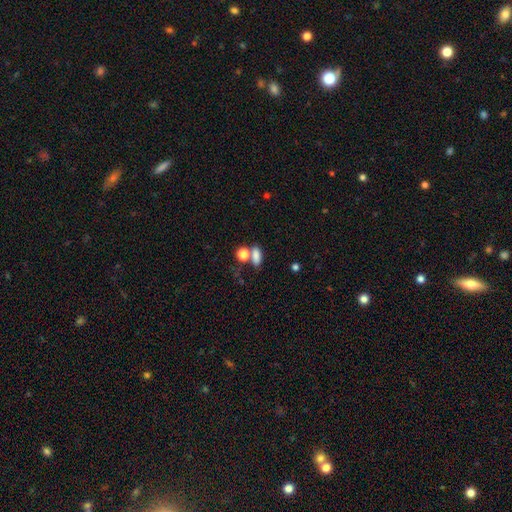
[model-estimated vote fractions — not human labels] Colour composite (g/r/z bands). It shows a smooth galaxy with no disk features (81%) that is in between round and cigar-shaped (74%). Merging: none (50%).